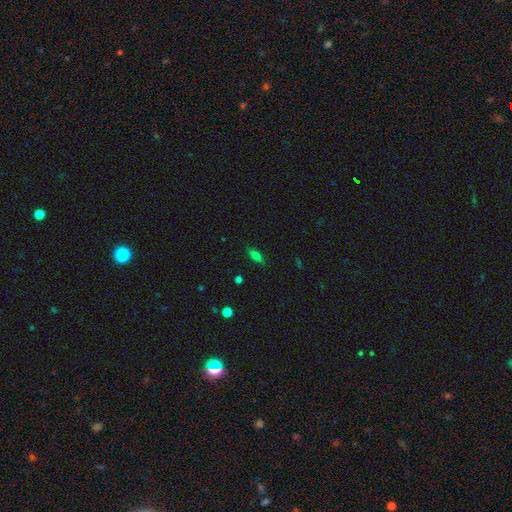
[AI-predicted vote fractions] smooth-or-featured: smooth: 71% | star or artifact: 15% | featured or disk: 14%
  how-rounded: in between: 75% | cigar-shaped: 20% | round: 5%
  merging: none: 82% | minor disturbance: 14% | major disturbance: 3% | merger: 1%